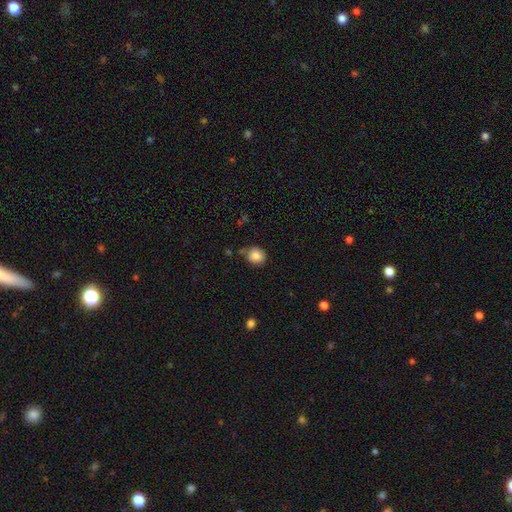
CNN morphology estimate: Overall: smooth (86%). How rounded: round (82%). Merging: none (75%).